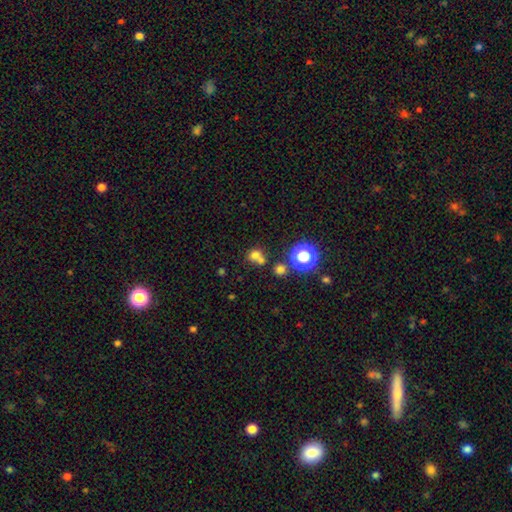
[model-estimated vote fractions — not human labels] This is likely a smooth galaxy (69%). How rounded: likely round (78%). Merging: possibly none (50%).